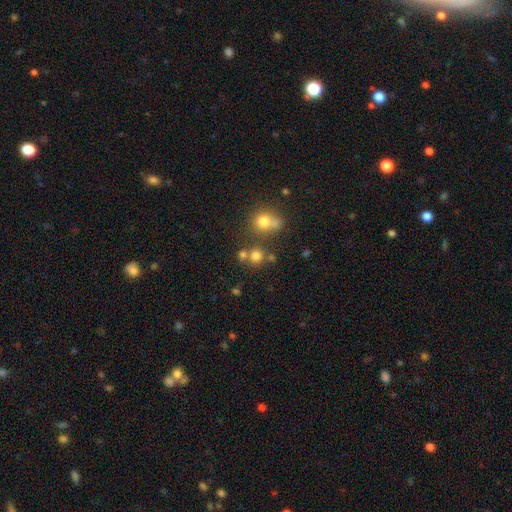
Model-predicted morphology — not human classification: Smooth or featured: smooth — 74% (star or artifact — 17%)
How rounded: round — 88% (in between — 11%)
Merging: none — 62% (merger — 25%)